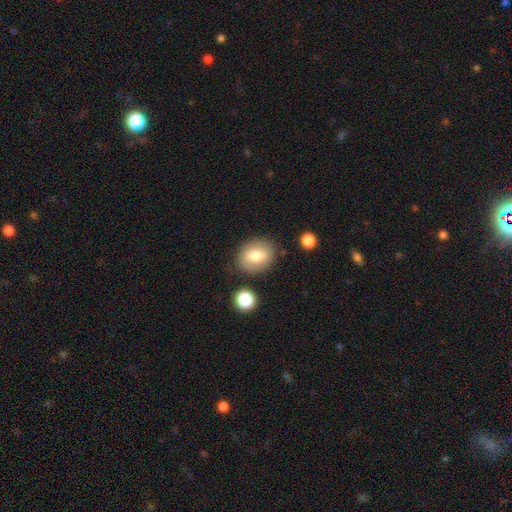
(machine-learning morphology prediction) This appears to be a smooth galaxy with no disk features (74%) that is round (50%). Merging: none (81%).